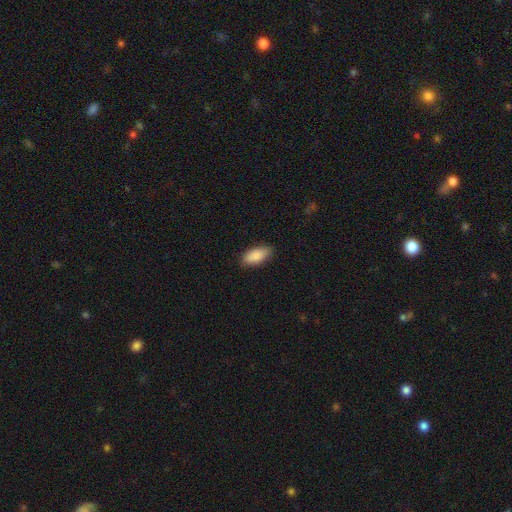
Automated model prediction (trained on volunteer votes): A smooth galaxy with no disk features (88%) that is in between round and cigar-shaped (89%). Merging: none (86%).